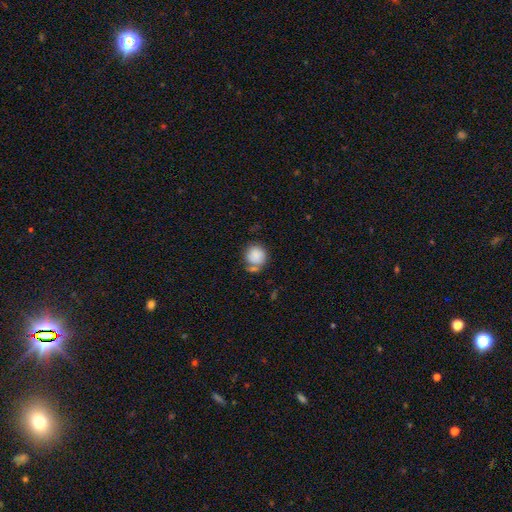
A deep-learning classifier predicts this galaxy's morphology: Smooth or featured: smooth — 84% (featured or disk — 8%)
How rounded: round — 84% (in between — 15%)
Merging: none — 54% (minor disturbance — 19%)